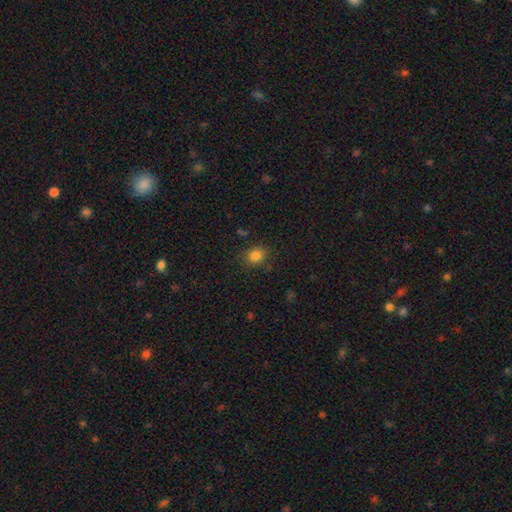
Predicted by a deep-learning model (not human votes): Q: Smooth or featured?
A: smooth (82%); runner-up: star or artifact (13%)
Q: How rounded?
A: round (70%); runner-up: in between (29%)
Q: Merging?
A: none (81%); runner-up: minor disturbance (13%)